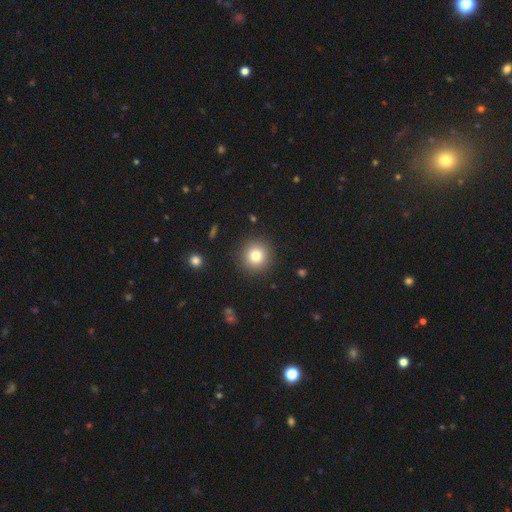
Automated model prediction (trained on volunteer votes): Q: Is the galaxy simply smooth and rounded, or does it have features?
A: smooth — 79%.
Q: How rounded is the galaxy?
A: round — 94%.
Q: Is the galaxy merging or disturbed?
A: none — 90%.